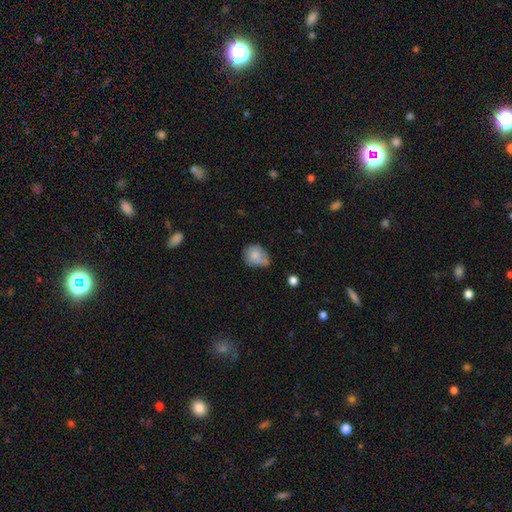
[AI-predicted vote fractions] The model was most divided on "merging": none: 42%, minor disturbance: 41%, major disturbance: 13%, merger: 5%. More confident: smooth or featured — smooth (74%); how rounded — in between (50%).